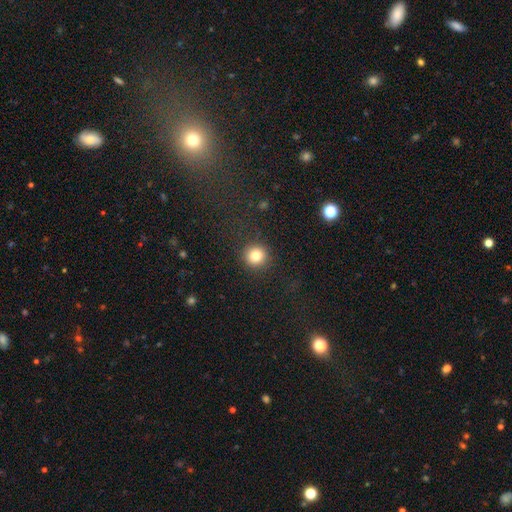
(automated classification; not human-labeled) Overall: smooth (81%). How rounded: round (93%). Merging: none (90%).